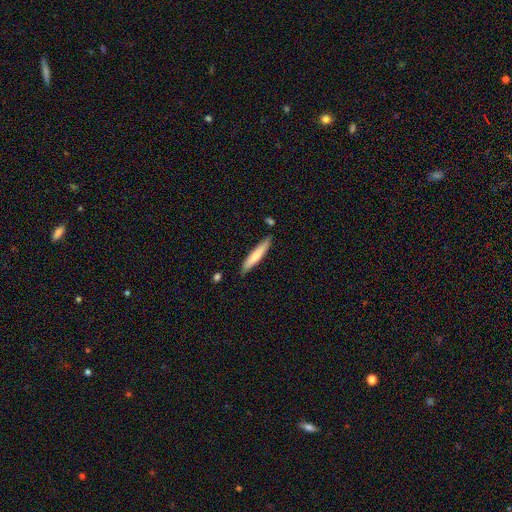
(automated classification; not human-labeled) A smooth galaxy with no disk features (75%) that is cigar-shaped (91%). Merging: none (82%).